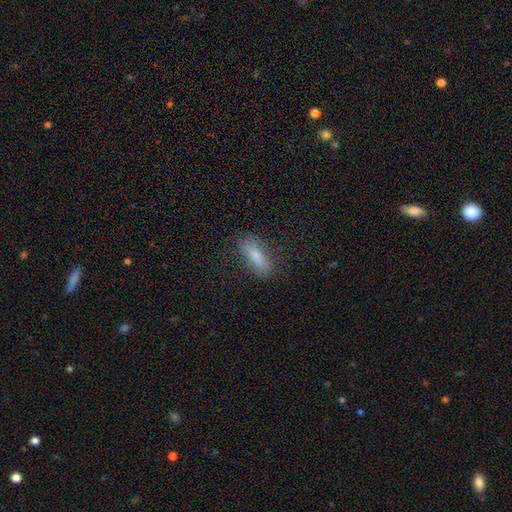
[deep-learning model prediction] Smooth or featured? Predicted: smooth (p=0.69). How rounded? Predicted: in between (p=0.51). Merging? Predicted: none (p=0.81).